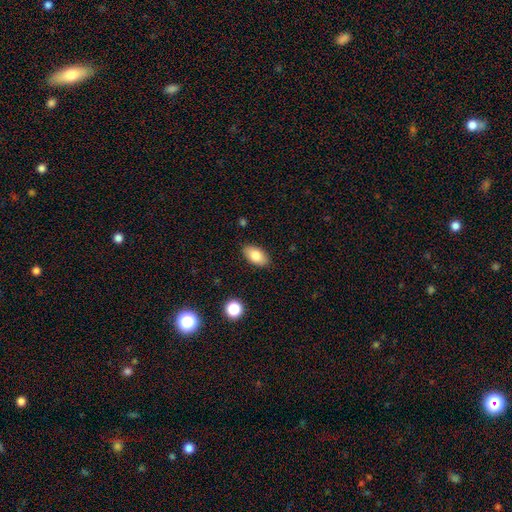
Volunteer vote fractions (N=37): Smooth or featured: smooth — 78% (featured or disk — 14%)
How rounded: in between — 97% (round — 3%)
Merging: none — 91% (minor disturbance — 3%)